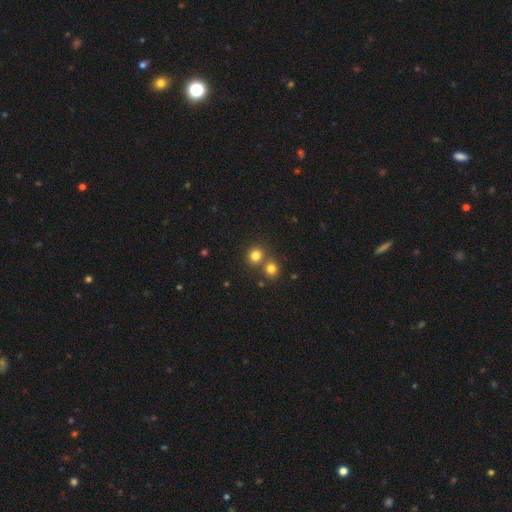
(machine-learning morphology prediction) A smooth galaxy with no disk features (80%) that is round (86%).

Vote fractions:
- Smooth or featured? smooth: 80% / star or artifact: 14% / featured or disk: 6%
- How rounded? round: 86% / in between: 13% / cigar-shaped: 1%
- Merging? none: 62% / merger: 29% / minor disturbance: 6% / major disturbance: 2%